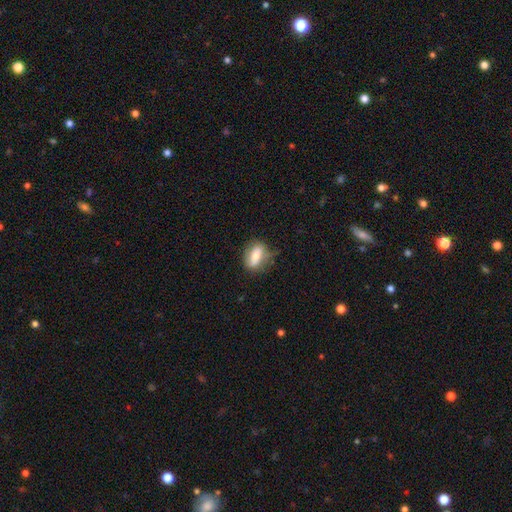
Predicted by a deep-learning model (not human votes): Smooth or featured? smooth (68%)
How rounded? in between (81%)
Merging? none (65%)